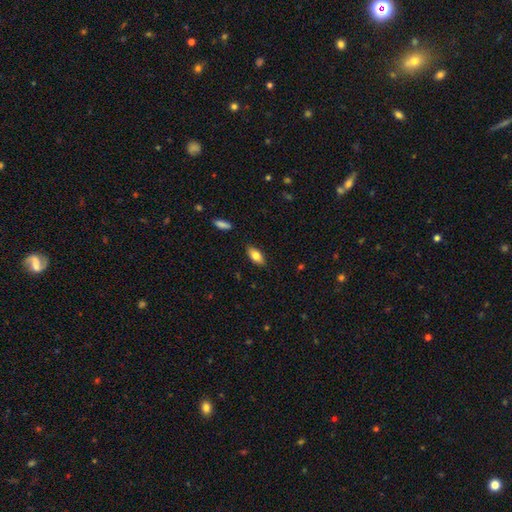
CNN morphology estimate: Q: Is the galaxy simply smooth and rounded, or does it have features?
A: smooth — 78%.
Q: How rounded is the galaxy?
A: in between — 87%.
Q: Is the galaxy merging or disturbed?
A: none — 86%.